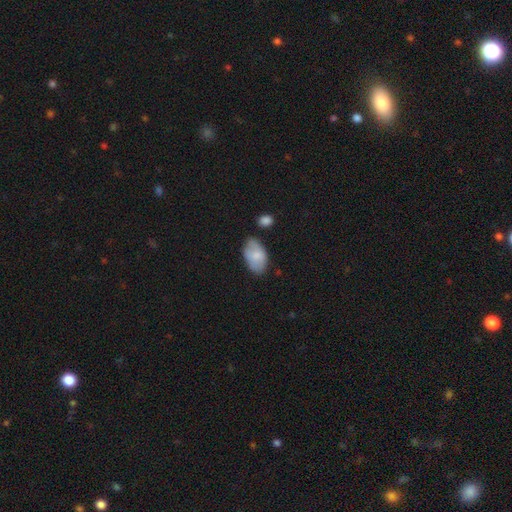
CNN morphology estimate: Smooth or featured? Predicted: smooth (p=0.75). How rounded? Predicted: in between (p=0.93). Merging? Predicted: none (p=0.64).